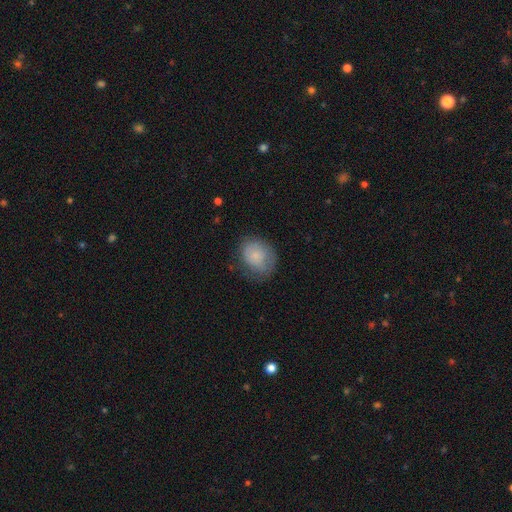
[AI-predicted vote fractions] smooth_or_featured: smooth (p=0.79) [alt: featured or disk p=0.14]
how_rounded: round (p=0.52) [alt: in between p=0.48]
merging: none (p=0.61) [alt: minor disturbance p=0.27]